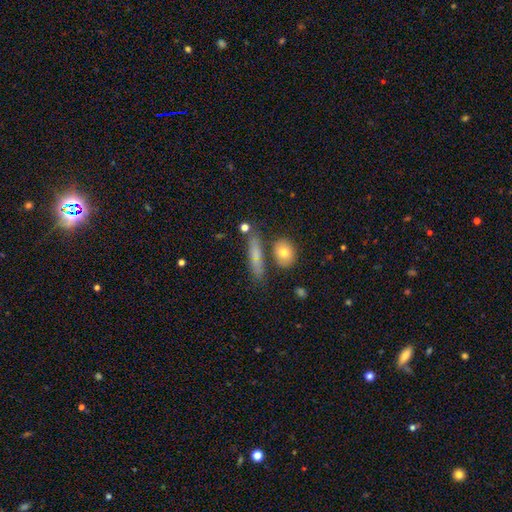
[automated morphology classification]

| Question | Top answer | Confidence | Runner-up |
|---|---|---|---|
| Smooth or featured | smooth | 61% | featured or disk (29%) |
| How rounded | cigar-shaped | 66% | in between (26%) |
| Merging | none | 67% | minor disturbance (16%) |